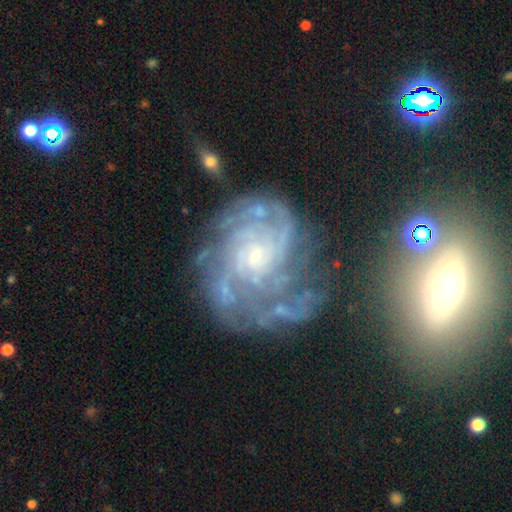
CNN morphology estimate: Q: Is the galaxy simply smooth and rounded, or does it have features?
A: featured or disk — 87%.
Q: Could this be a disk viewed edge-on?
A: no — 97%.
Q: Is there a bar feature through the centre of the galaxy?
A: no — 74%.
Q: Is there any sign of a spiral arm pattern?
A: yes — 97%.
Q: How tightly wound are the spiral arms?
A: tight — 62%.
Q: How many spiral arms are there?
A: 4 — 25%.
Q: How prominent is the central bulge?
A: small — 82%.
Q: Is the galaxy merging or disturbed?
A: none — 55%.